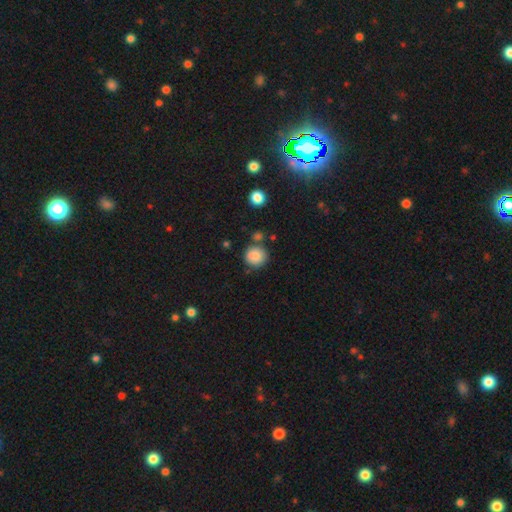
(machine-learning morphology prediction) This appears to be a smooth galaxy with no disk features (87%) that is round (89%). Merging: none (72%).